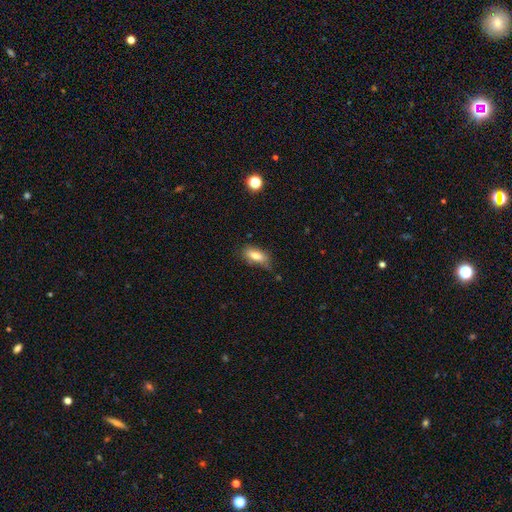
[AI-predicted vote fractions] A smooth galaxy with no disk features (77%) that is in between round and cigar-shaped (80%).

Vote fractions:
- Smooth or featured? smooth: 77% / featured or disk: 15% / star or artifact: 8%
- How rounded? in between: 80% / cigar-shaped: 16% / round: 4%
- Merging? none: 60% / minor disturbance: 29% / major disturbance: 7% / merger: 3%